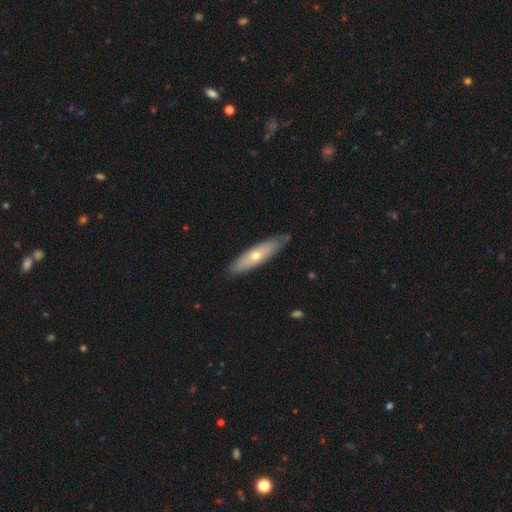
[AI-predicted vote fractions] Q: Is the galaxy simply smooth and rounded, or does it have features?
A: featured or disk — 47%.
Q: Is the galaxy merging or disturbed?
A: none — 84%.